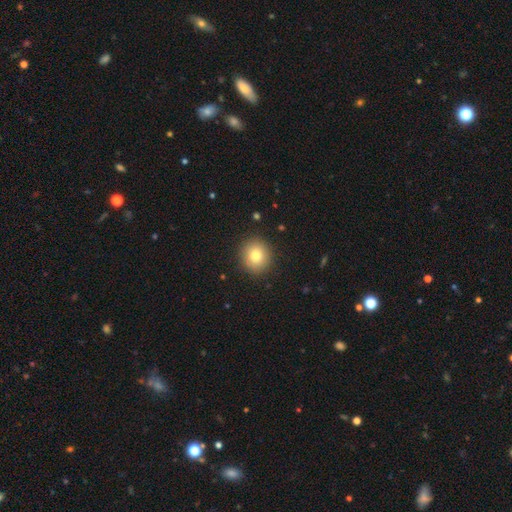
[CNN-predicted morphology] A smooth galaxy with no disk features (80%) that is round (87%). Merging: none (90%).